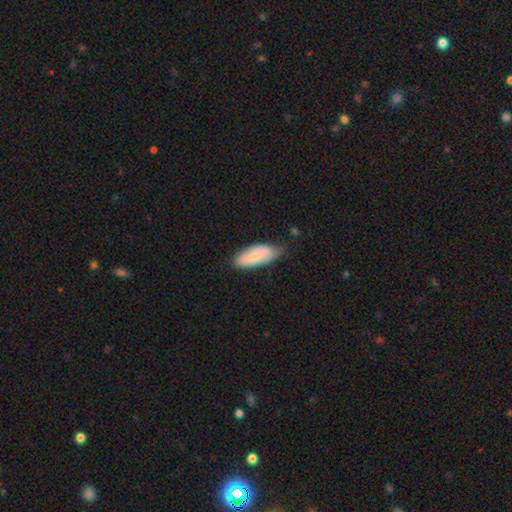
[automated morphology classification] smooth 67%, featured or disk 26%, star or artifact 6%. Down the decision tree: how rounded — in between (82%); merging — none (62%).